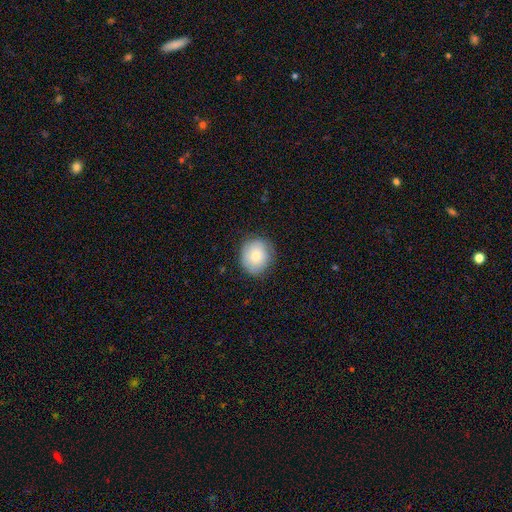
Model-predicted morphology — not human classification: smooth_or_featured: smooth (p=0.78) [alt: featured or disk p=0.14]
how_rounded: round (p=0.82) [alt: in between p=0.18]
merging: none (p=0.81) [alt: minor disturbance p=0.15]